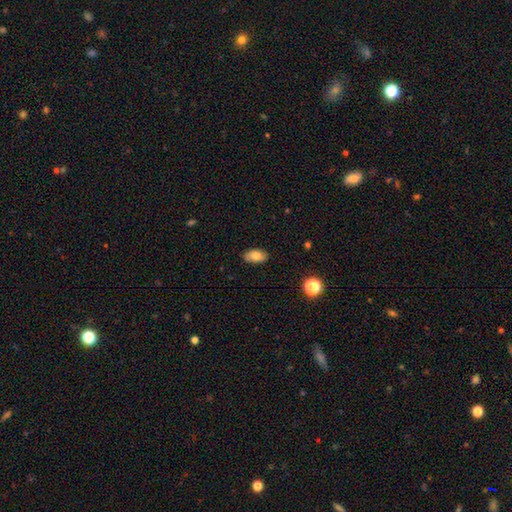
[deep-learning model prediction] Morphology: type=smooth (78%); roundness=in between (93%); merging=none (84%).